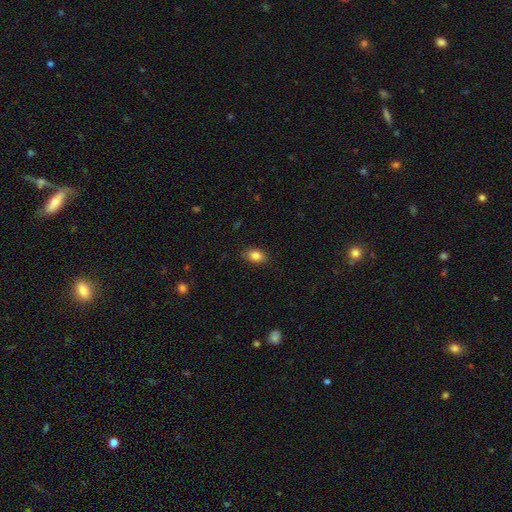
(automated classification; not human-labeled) This is clearly a smooth galaxy (84%). How rounded: clearly in between (81%). Merging: clearly none (86%).